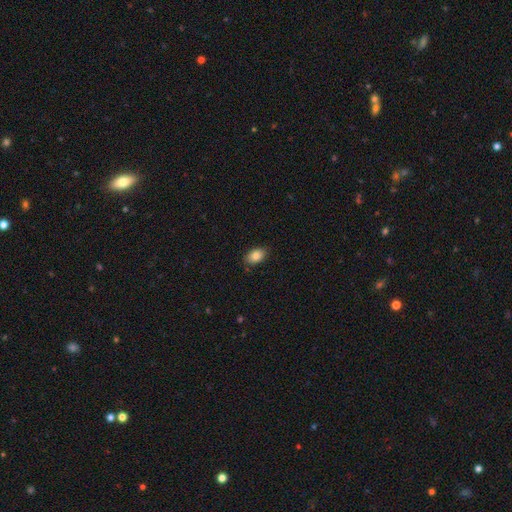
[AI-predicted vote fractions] A smooth galaxy with no disk features (85%) that is in between round and cigar-shaped (87%).

Vote fractions:
- Smooth or featured? smooth: 85% / star or artifact: 8% / featured or disk: 7%
- How rounded? in between: 87% / round: 12% / cigar-shaped: 1%
- Merging? none: 82% / minor disturbance: 14% / major disturbance: 3% / merger: 1%